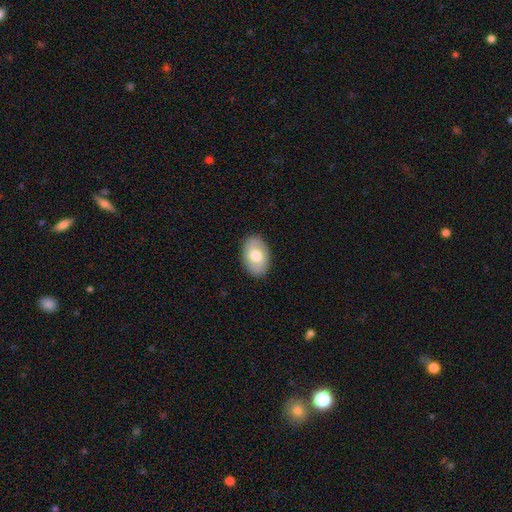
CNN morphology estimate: A smooth galaxy with no disk features (65%) that is in between round and cigar-shaped (89%).

Vote fractions:
- Smooth or featured? smooth: 65% / featured or disk: 29% / star or artifact: 6%
- How rounded? in between: 89% / round: 10% / cigar-shaped: 1%
- Merging? none: 87% / minor disturbance: 9% / major disturbance: 2% / merger: 1%